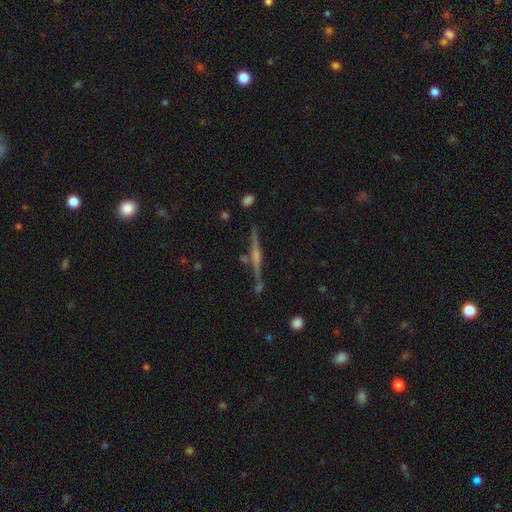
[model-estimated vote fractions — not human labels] This is likely a featured or disk galaxy (79%). It is clearly viewed edge-on (98%). Edge-on bulge: likely rounded (67%). Merging: clearly none (84%).